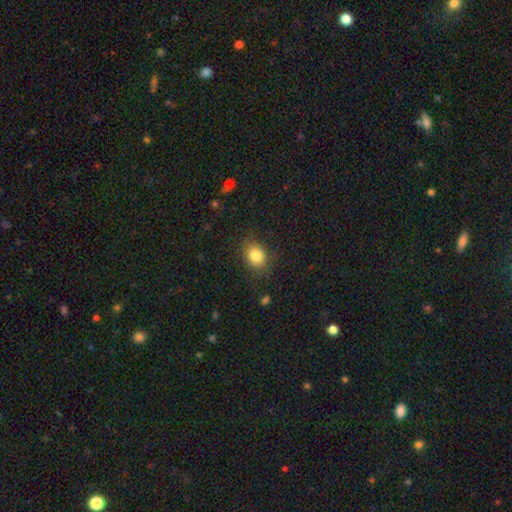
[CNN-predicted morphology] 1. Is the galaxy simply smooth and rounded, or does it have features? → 84% smooth, 10% star or artifact, 7% featured or disk.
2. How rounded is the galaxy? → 52% in between, 47% round, 1% cigar-shaped.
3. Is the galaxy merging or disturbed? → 83% none, 12% minor disturbance, 4% major disturbance, 1% merger.